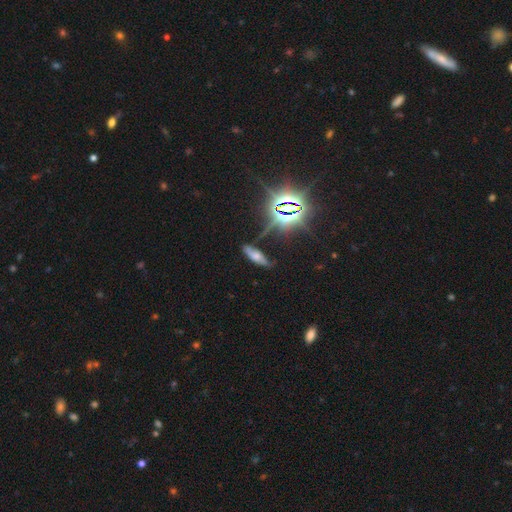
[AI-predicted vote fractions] Q: Smooth or featured?
A: smooth (44%); runner-up: star or artifact (29%)
Q: Merging?
A: none (67%); runner-up: minor disturbance (21%)